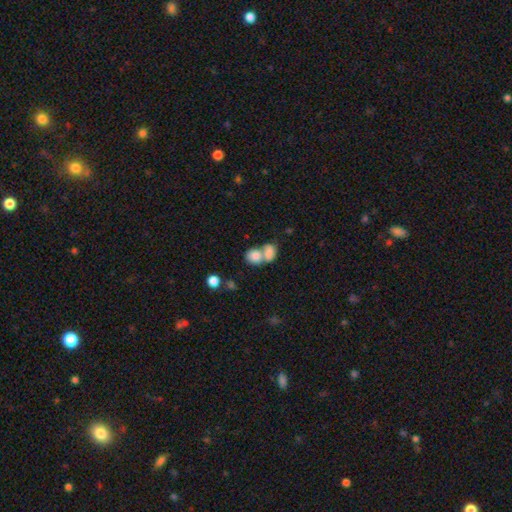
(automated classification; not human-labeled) Morphology: type=smooth (81%); roundness=in between (53%); merging=merger (66%).